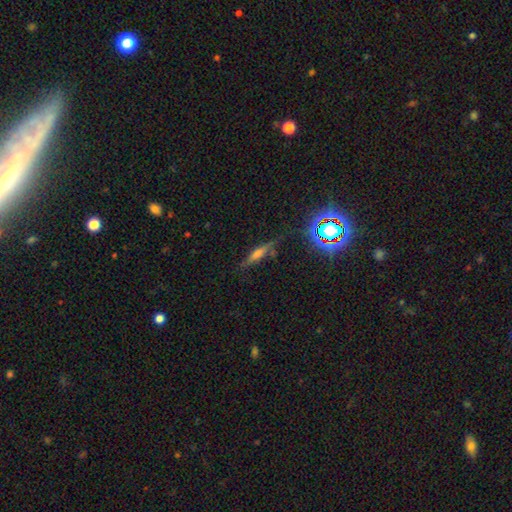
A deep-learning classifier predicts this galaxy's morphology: Smooth or featured? Predicted: featured or disk (p=0.42). Merging? Predicted: none (p=0.74).